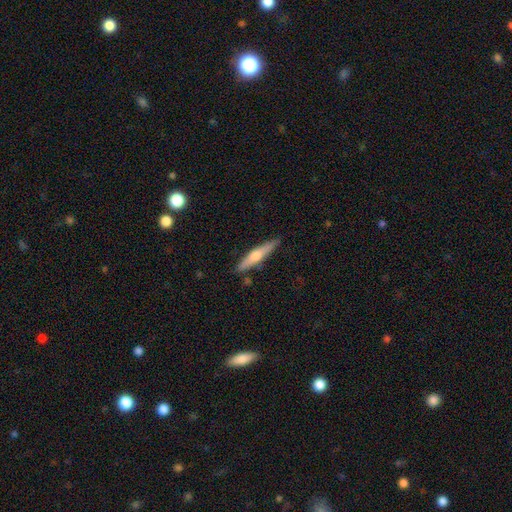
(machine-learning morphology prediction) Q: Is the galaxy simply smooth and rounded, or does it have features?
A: featured or disk — 52%.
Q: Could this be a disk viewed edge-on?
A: yes — 95%.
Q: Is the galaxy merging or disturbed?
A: none — 86%.